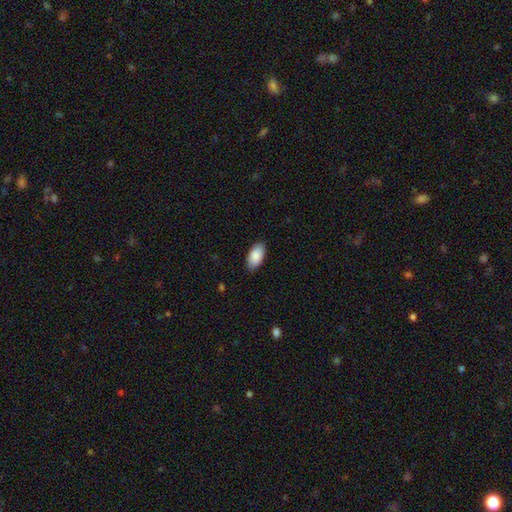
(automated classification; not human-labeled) The model was most divided on "merging": none: 86%, minor disturbance: 11%, major disturbance: 2%, merger: 1%. More confident: how rounded — in between (95%); smooth or featured — smooth (89%).